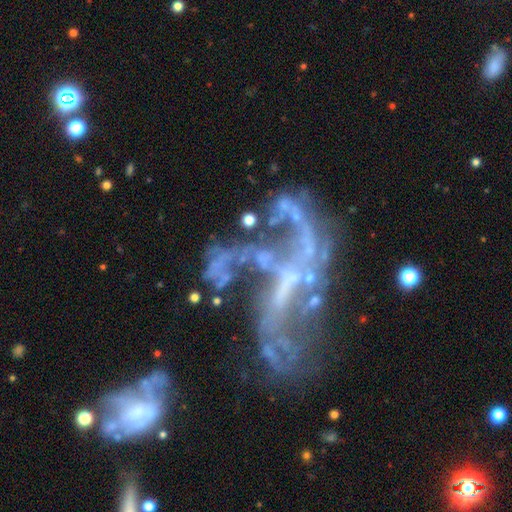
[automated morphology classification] Smooth or featured: featured or disk — 68% (star or artifact — 21%)
Edge-on disk: no — 94% (yes — 6%)
Bar: no — 67% (weak — 18%)
Spiral arms: no — 65% (yes — 35%)
Bulge size: none — 69% (small — 19%)
Merging: major disturbance — 39% (none — 26%)